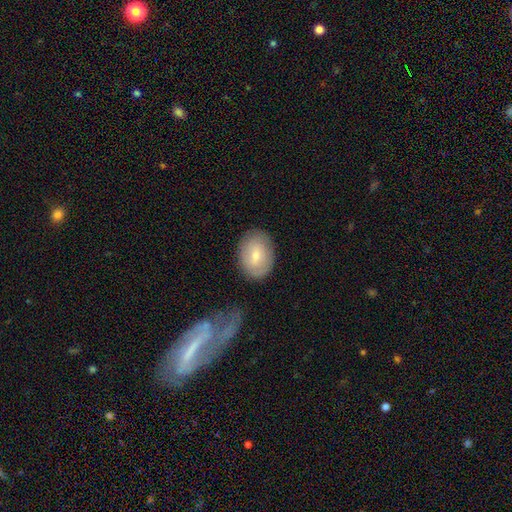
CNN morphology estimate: Smooth or featured? Predicted: smooth (p=0.62). How rounded? Predicted: in between (p=0.74). Merging? Predicted: none (p=0.81).